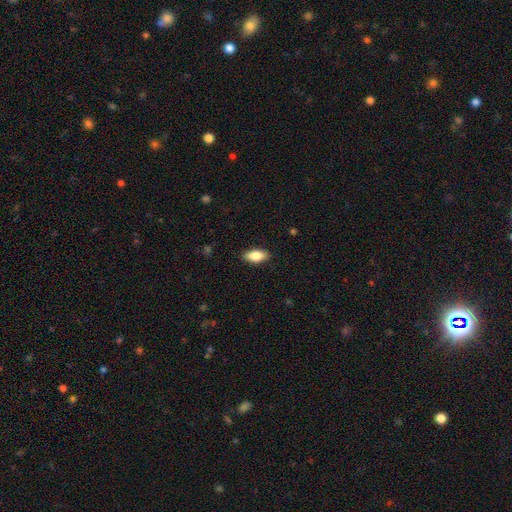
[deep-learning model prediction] A smooth galaxy with no disk features (83%) that is in between round and cigar-shaped (89%). Merging: none (89%).